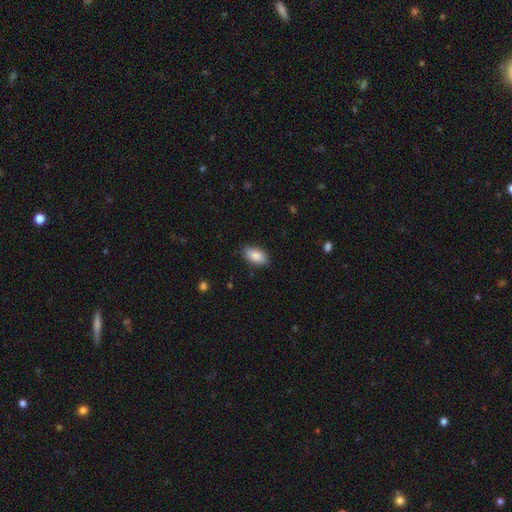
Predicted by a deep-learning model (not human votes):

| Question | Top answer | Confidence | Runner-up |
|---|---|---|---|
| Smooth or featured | smooth | 88% | star or artifact (7%) |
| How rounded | in between | 93% | round (4%) |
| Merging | none | 86% | minor disturbance (10%) |